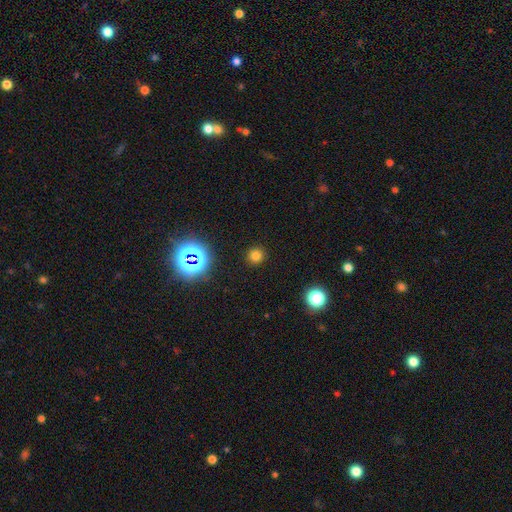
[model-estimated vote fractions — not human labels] smooth_or_featured: smooth (p=0.74) [alt: star or artifact p=0.20]
how_rounded: round (p=0.93) [alt: in between p=0.06]
merging: none (p=0.91) [alt: minor disturbance p=0.06]